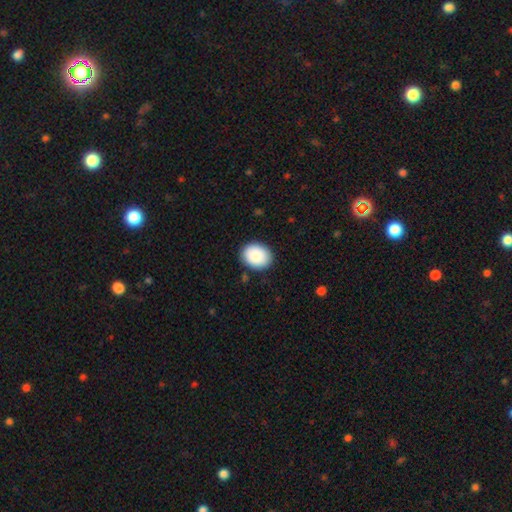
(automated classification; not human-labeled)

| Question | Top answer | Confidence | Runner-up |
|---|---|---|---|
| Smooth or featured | smooth | 89% | star or artifact (7%) |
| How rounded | in between | 55% | round (45%) |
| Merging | none | 88% | minor disturbance (9%) |